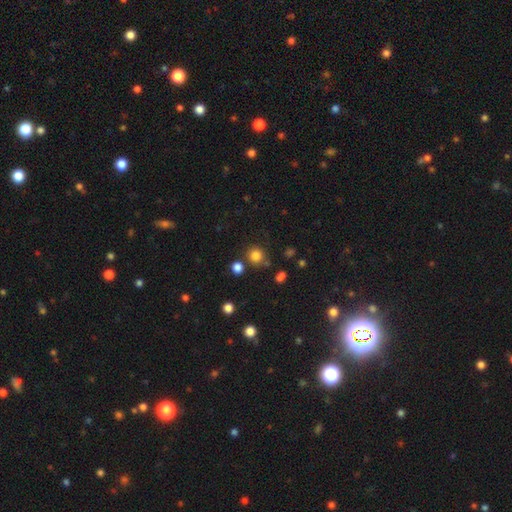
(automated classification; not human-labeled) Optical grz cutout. It shows a smooth galaxy with no disk features (81%) that is round (89%). Merging: none (76%).